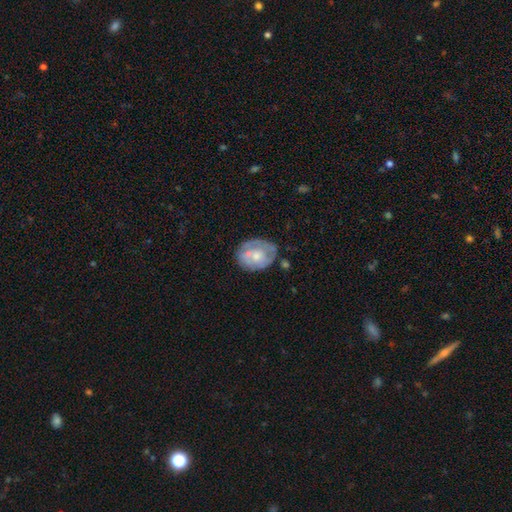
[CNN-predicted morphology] This is possibly a featured or disk galaxy (53%). It is clearly not viewed edge-on (96%). Bar: clearly no (82%). Spiral arm pattern: possibly no (58%). Central bulge: possibly moderate (49%). Merging: possibly none (57%).